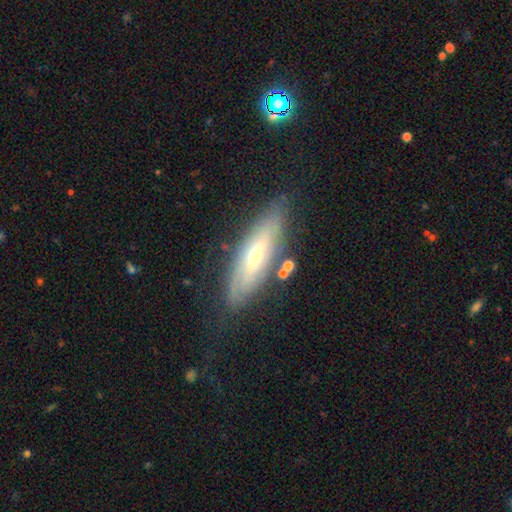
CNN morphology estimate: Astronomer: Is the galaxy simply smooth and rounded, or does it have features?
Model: featured or disk — 61%.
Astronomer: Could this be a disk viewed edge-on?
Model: no — 53% (runner-up: yes, 47%).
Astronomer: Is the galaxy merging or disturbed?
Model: none — 76%.